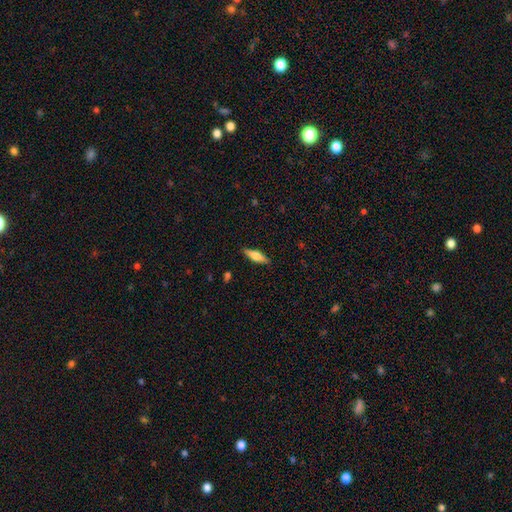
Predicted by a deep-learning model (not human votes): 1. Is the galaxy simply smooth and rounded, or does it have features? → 56% smooth, 38% featured or disk, 6% star or artifact.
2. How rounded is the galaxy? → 51% cigar-shaped, 46% in between, 2% round.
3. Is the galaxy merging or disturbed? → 88% none, 9% minor disturbance, 2% major disturbance, 1% merger.